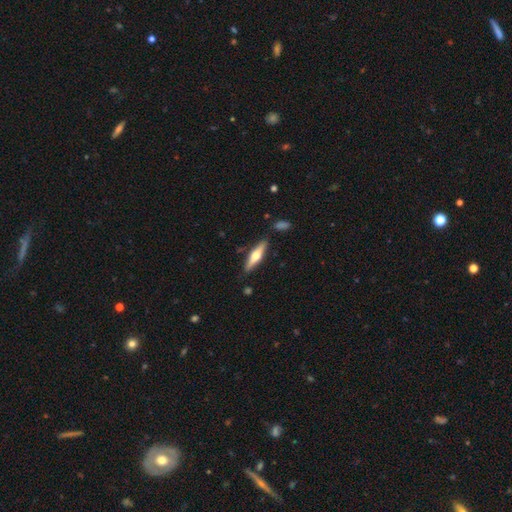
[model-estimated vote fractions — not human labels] Q: Smooth or featured?
A: featured or disk (51%); runner-up: smooth (44%)
Q: Edge-on disk?
A: yes (93%); runner-up: no (7%)
Q: Merging?
A: none (85%); runner-up: minor disturbance (10%)